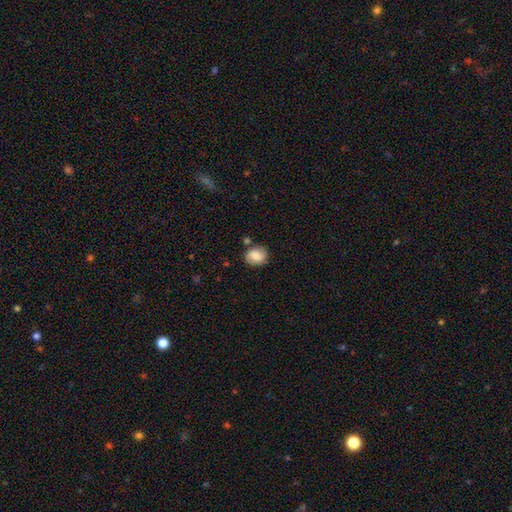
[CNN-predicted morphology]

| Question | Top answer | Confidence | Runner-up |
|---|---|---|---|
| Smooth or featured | smooth | 73% | featured or disk (18%) |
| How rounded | round | 56% | in between (43%) |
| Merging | none | 71% | minor disturbance (18%) |